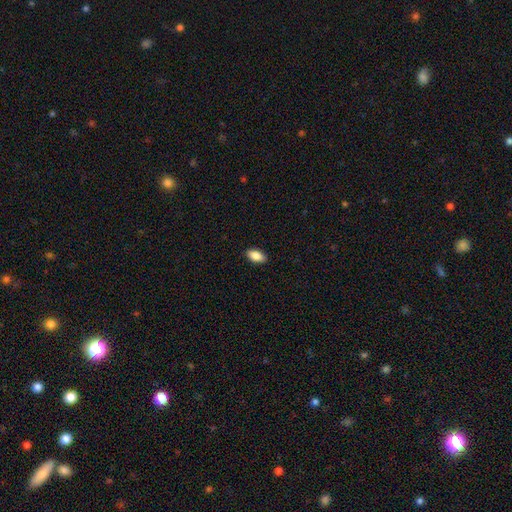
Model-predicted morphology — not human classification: smooth 87%, star or artifact 7%, featured or disk 6%. Down the decision tree: how rounded — in between (92%); merging — none (89%).